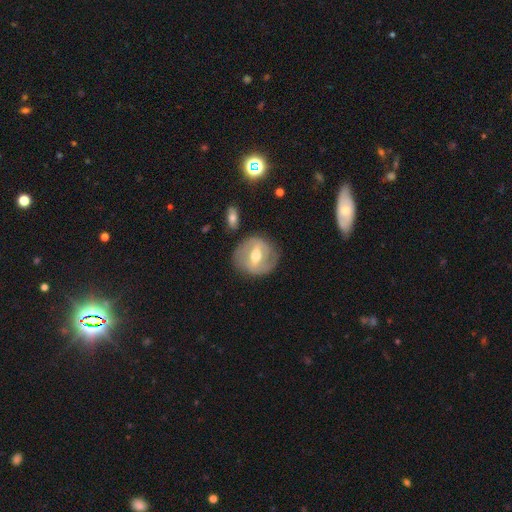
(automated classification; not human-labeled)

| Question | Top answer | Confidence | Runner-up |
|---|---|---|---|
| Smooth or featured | featured or disk | 70% | smooth (24%) |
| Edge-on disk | no | 92% | yes (8%) |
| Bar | strong | 49% | weak (38%) |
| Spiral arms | yes | 57% | no (43%) |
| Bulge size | moderate | 77% | small (13%) |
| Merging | none | 78% | minor disturbance (15%) |